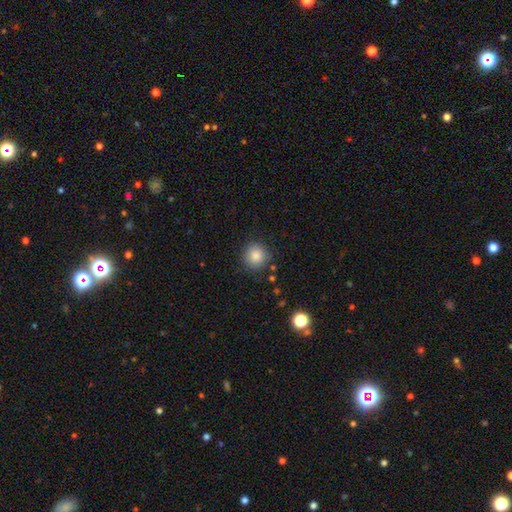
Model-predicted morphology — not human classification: This is clearly a smooth galaxy (86%). How rounded: clearly round (93%). Merging: clearly none (87%).